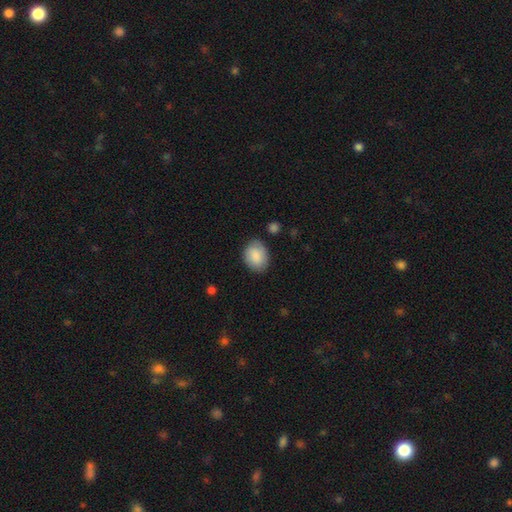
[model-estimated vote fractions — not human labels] This appears to be a smooth galaxy with no disk features (87%) that is in between round and cigar-shaped (66%). Merging: none (79%).